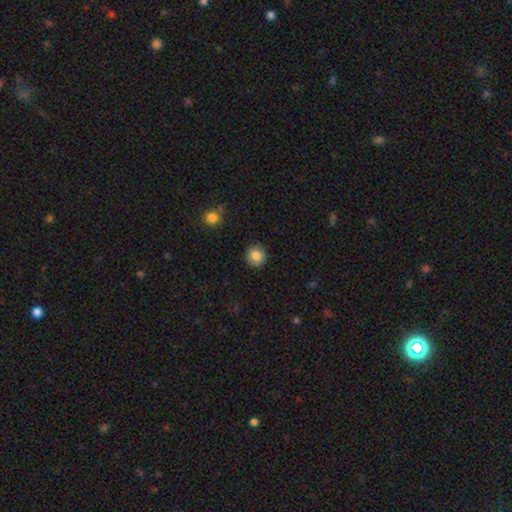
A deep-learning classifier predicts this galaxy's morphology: smooth_or_featured: smooth (p=0.85) [alt: star or artifact p=0.09]
how_rounded: round (p=0.91) [alt: in between p=0.08]
merging: none (p=0.91) [alt: minor disturbance p=0.06]